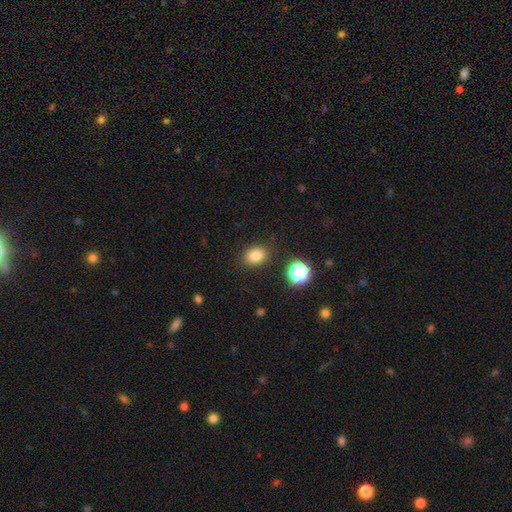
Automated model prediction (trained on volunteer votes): smooth-or-featured: smooth: 81% | star or artifact: 13% | featured or disk: 6%
  how-rounded: in between: 58% | round: 41% | cigar-shaped: 1%
  merging: none: 85% | minor disturbance: 9% | major disturbance: 3% | merger: 2%